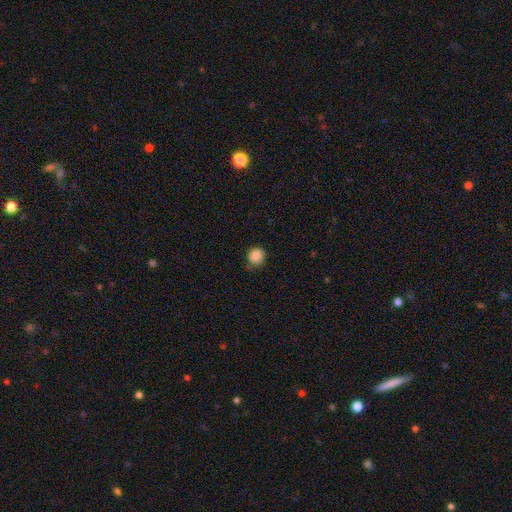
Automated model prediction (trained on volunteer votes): Smooth or featured? smooth (87%)
How rounded? round (86%)
Merging? none (70%)